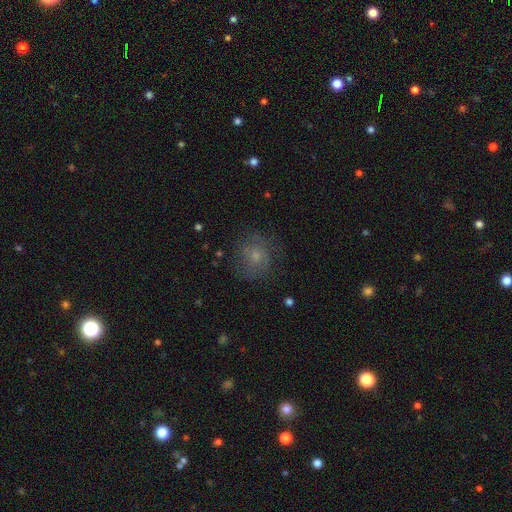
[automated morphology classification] This is possibly a smooth galaxy (56%). How rounded: clearly round (82%). Merging: likely none (71%).